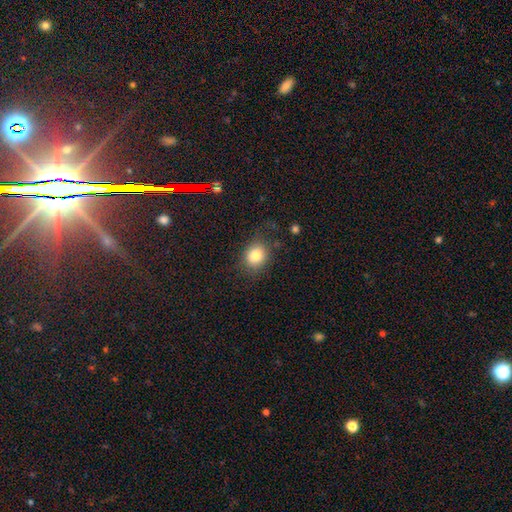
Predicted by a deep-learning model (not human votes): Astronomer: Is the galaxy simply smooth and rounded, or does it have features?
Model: smooth — 79%.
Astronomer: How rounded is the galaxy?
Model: round — 61% (runner-up: in between, 38%).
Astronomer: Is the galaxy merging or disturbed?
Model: none — 77%.